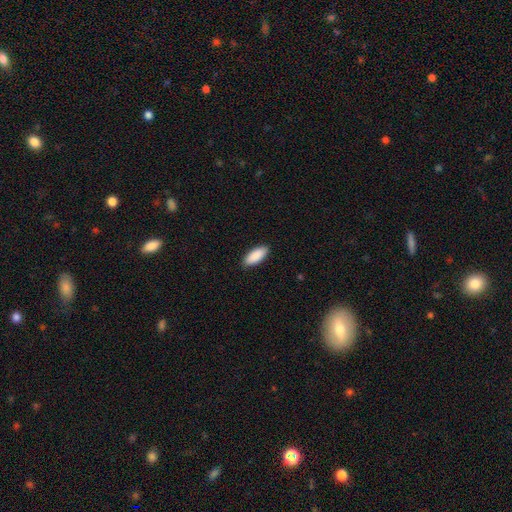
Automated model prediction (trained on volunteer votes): smooth_or_featured: smooth (p=0.91) [alt: star or artifact p=0.05]
how_rounded: in between (p=0.82) [alt: cigar-shaped p=0.17]
merging: none (p=0.90) [alt: minor disturbance p=0.08]